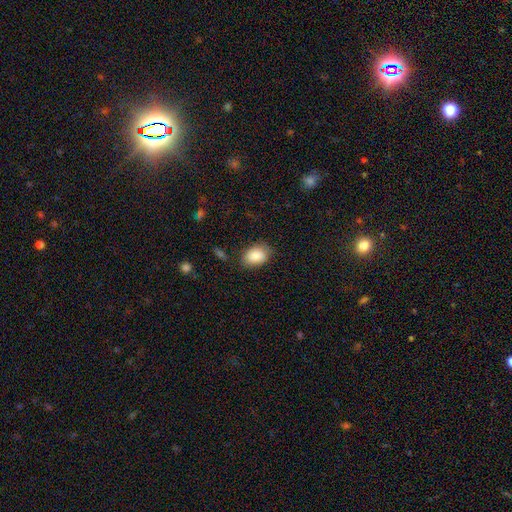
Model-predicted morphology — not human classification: Smooth or featured?
  - smooth: 88% *
  - star or artifact: 7%
  - featured or disk: 5%
How rounded?
  - in between: 80% *
  - round: 19%
  - cigar-shaped: 1%
Merging?
  - none: 75% *
  - minor disturbance: 18%
  - major disturbance: 4%
  - merger: 2%